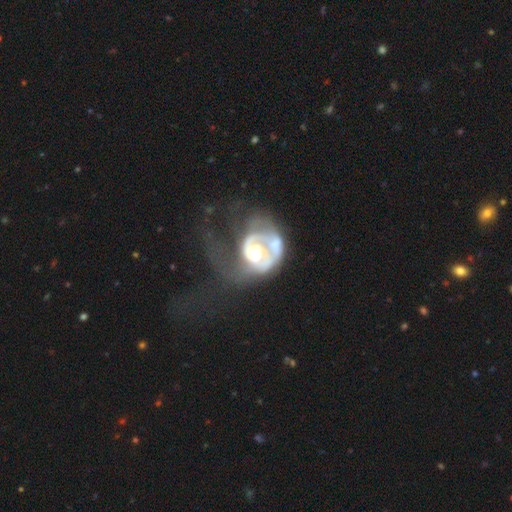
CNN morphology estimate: A featured or disk galaxy (76%) with no bar (75%), 1 (55%) tight (37%) spiral arms (68%) and a moderate central bulge (58%).

Vote fractions:
- Smooth or featured? featured or disk: 76% / smooth: 17% / star or artifact: 6%
- Edge-on disk? no: 98% / yes: 2%
- Bar? no: 75% / weak: 20% / strong: 5%
- Spiral arms? yes: 68% / no: 32%
- Spiral winding? tight: 37% / medium: 32% / loose: 31%
- Spiral arm count? 1: 55% / 2: 21% / can't tell: 18% / 3: 3% / 4: 2% / more than 4: 1%
- Bulge size? moderate: 58% / large: 30% / small: 7% / dominant: 3% / none: 2%
- Merging? major disturbance: 54% / none: 17% / merger: 15% / minor disturbance: 13%